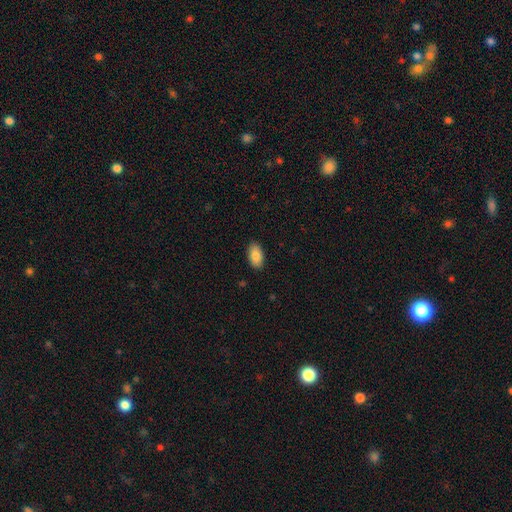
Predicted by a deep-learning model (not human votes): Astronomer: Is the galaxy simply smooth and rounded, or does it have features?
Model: smooth — 87%.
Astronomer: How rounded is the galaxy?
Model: in between — 95%.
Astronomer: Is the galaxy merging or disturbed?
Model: none — 89%.